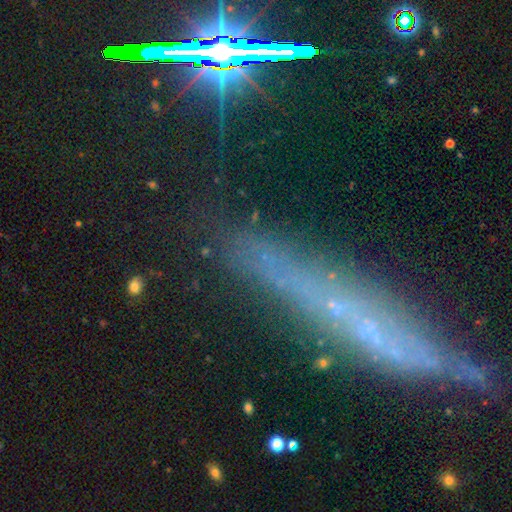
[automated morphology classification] type=featured or disk (43%); merging=none (76%).